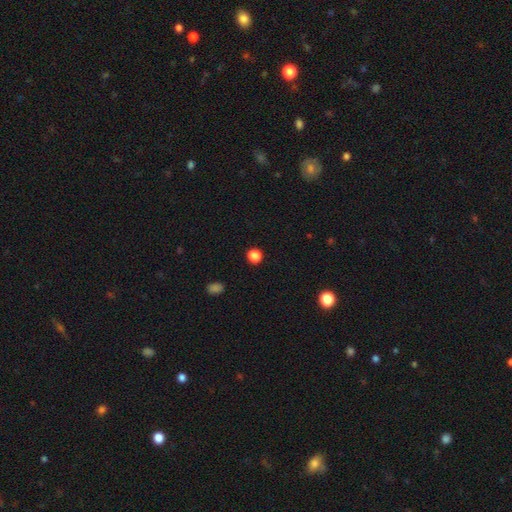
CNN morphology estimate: This is clearly a smooth galaxy (82%). How rounded: clearly round (90%). Merging: clearly none (92%).